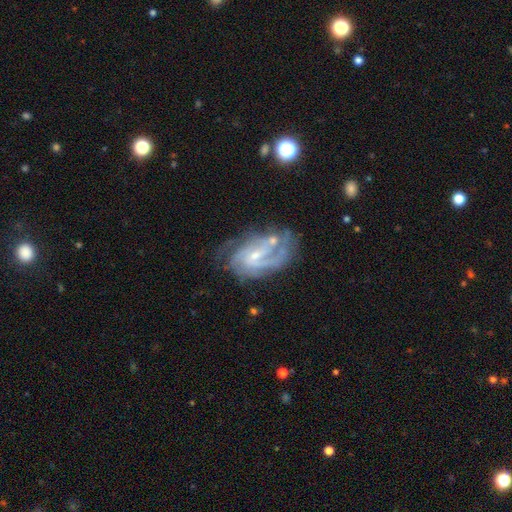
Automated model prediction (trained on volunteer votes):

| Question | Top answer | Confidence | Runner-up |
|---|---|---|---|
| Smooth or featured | featured or disk | 85% | smooth (9%) |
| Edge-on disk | no | 97% | yes (3%) |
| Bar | weak | 50% | no (36%) |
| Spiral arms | yes | 94% | no (6%) |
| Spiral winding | tight | 44% | medium (42%) |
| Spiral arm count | can't tell | 29% | tied: 2 (29%) |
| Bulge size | small | 69% | moderate (24%) |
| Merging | none | 55% | minor disturbance (21%) |